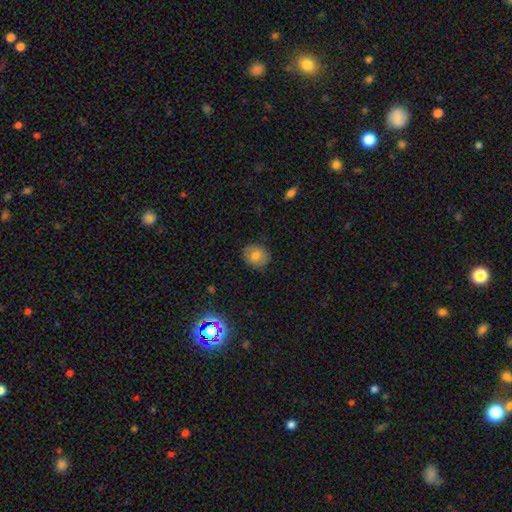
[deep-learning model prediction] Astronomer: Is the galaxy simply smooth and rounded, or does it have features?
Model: smooth — 74%.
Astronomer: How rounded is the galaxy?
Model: round — 75%.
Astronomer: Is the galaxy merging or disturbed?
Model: none — 86%.